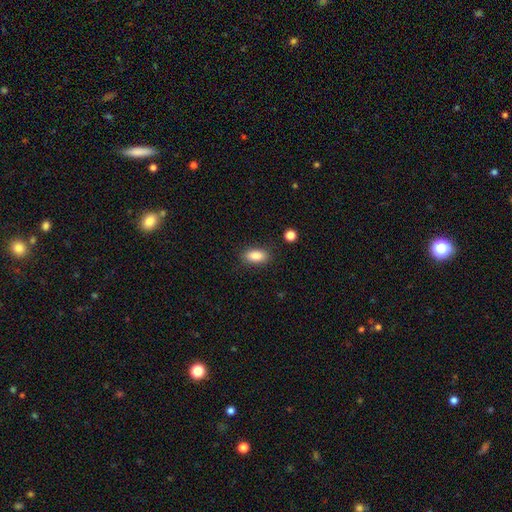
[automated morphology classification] smooth-or-featured: smooth: 87% | star or artifact: 8% | featured or disk: 5%
  how-rounded: in between: 88% | cigar-shaped: 7% | round: 5%
  merging: none: 85% | minor disturbance: 10% | major disturbance: 3% | merger: 2%